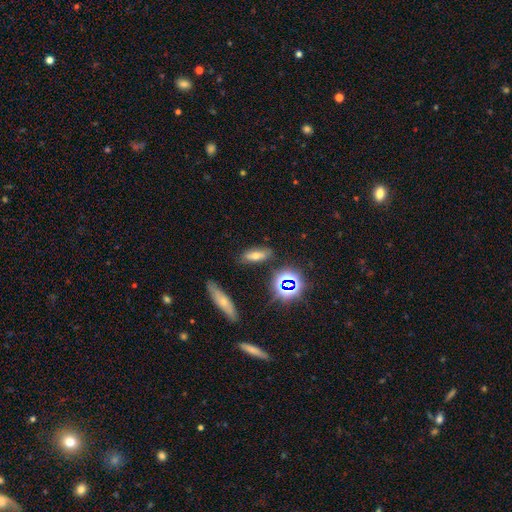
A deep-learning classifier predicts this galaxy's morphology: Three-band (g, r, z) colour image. It shows a smooth galaxy with no disk features (56%) that is in between round and cigar-shaped (67%). Merging: none (80%).